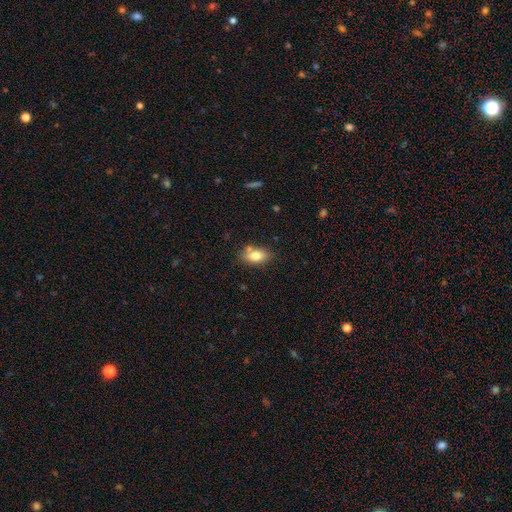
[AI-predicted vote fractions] Q: Smooth or featured?
A: smooth (78%); runner-up: featured or disk (13%)
Q: How rounded?
A: in between (86%); runner-up: round (10%)
Q: Merging?
A: none (73%); runner-up: minor disturbance (16%)